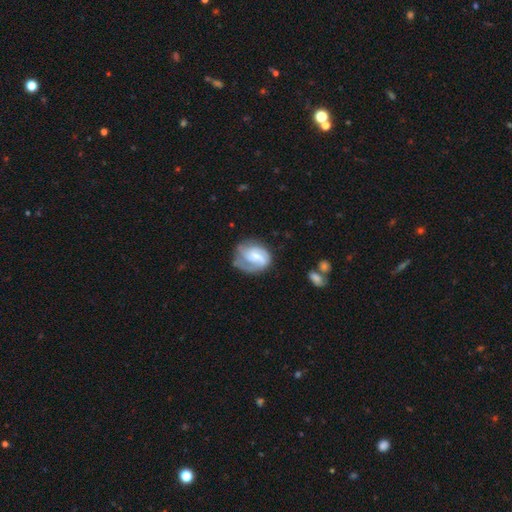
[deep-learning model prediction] Smooth or featured?
  - featured or disk: 70% *
  - smooth: 24%
  - star or artifact: 6%
Edge-on disk?
  - no: 98% *
  - yes: 2%
Bar?
  - weak: 46% *
  - no: 42%
  - strong: 12%
Spiral arms?
  - yes: 89% *
  - no: 11%
Spiral winding?
  - medium: 42% *
  - tight: 36%
  - loose: 21%
Spiral arm count?
  - 2: 47% *
  - can't tell: 20%
  - 1: 17%
  - 3: 11%
  - 4: 2%
  - more than 4: 2%
Bulge size?
  - small: 54% *
  - moderate: 30%
  - none: 11%
  - large: 4%
  - dominant: 1%
Merging?
  - none: 49% *
  - minor disturbance: 27%
  - major disturbance: 20%
  - merger: 3%